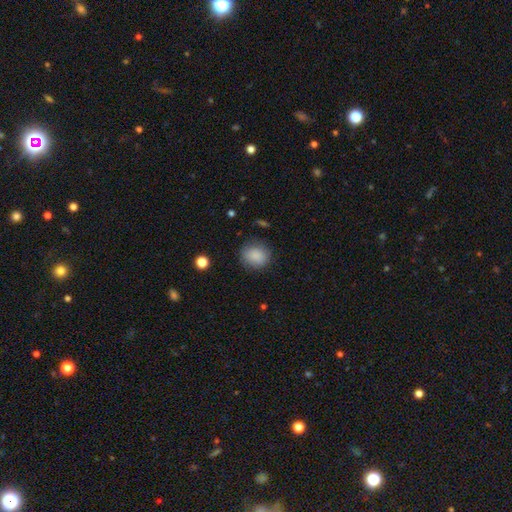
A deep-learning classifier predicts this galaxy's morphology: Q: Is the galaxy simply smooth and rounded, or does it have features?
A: smooth — 87%.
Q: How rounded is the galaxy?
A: round — 76%.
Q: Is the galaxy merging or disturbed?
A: none — 81%.